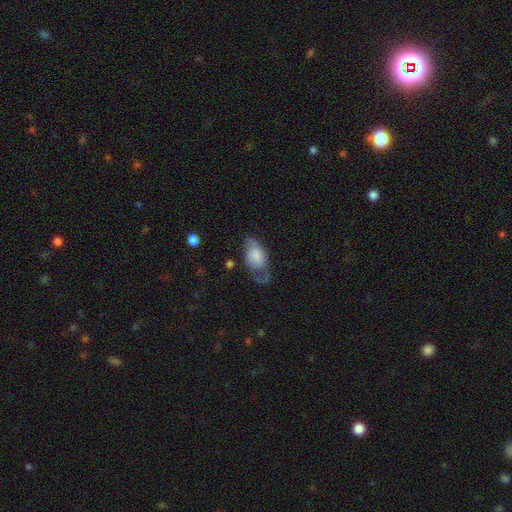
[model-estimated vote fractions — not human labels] Smooth or featured? Predicted: smooth (p=0.57). How rounded? Predicted: in between (p=0.89). Merging? Predicted: major disturbance (p=0.39).